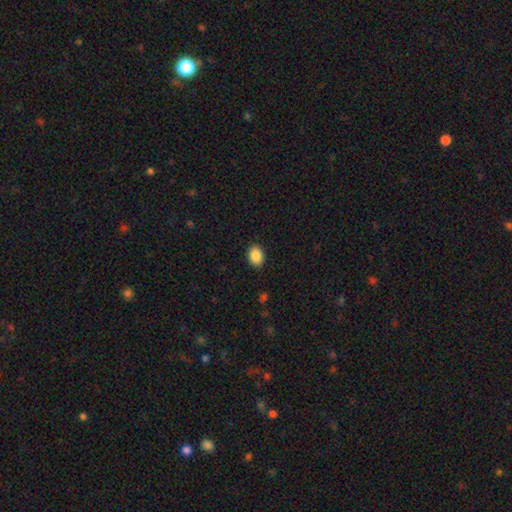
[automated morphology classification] smooth_or_featured: smooth (p=0.89) [alt: star or artifact p=0.08]
how_rounded: in between (p=0.77) [alt: round p=0.22]
merging: none (p=0.90) [alt: minor disturbance p=0.07]